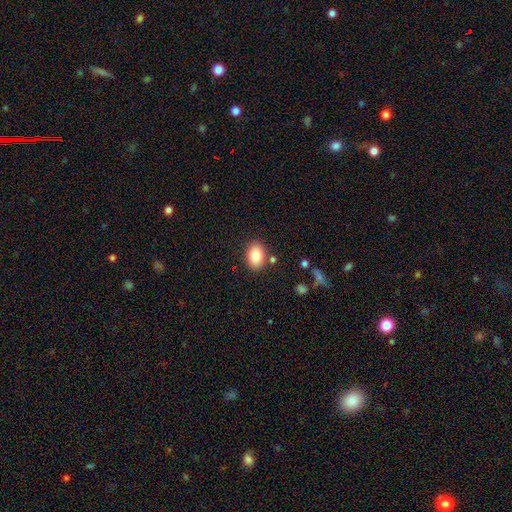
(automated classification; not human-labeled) The model was most divided on "how rounded": in between: 75%, round: 24%, cigar-shaped: 1%. More confident: smooth or featured — smooth (83%); merging — none (83%).